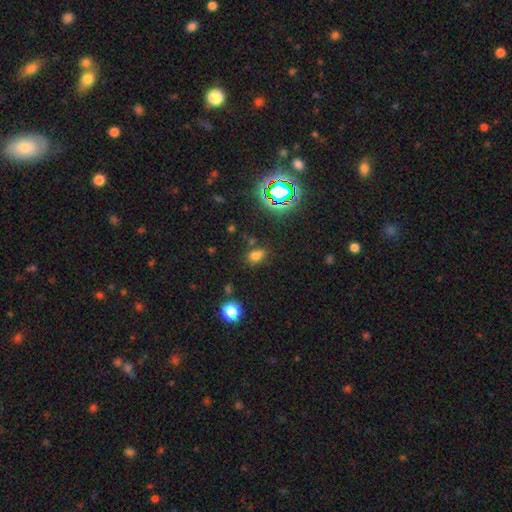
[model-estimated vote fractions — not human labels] Q: Smooth or featured?
A: smooth (68%); runner-up: star or artifact (25%)
Q: How rounded?
A: in between (74%); runner-up: round (23%)
Q: Merging?
A: none (72%); runner-up: minor disturbance (16%)